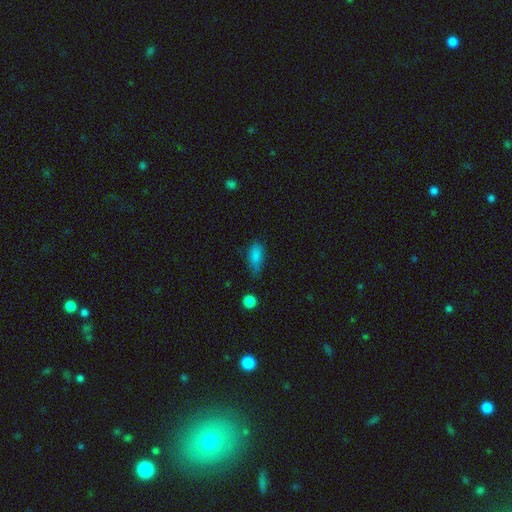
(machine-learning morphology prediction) A smooth galaxy with no disk features (82%) that is in between round and cigar-shaped (81%). Merging: none (51%).